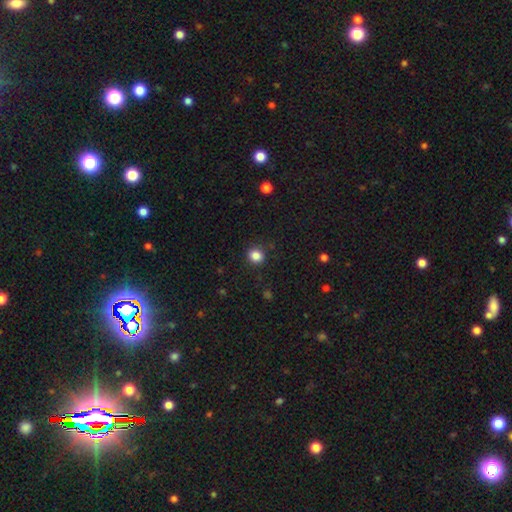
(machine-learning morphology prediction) Overall: smooth (85%). How rounded: round (78%). Merging: none (88%).